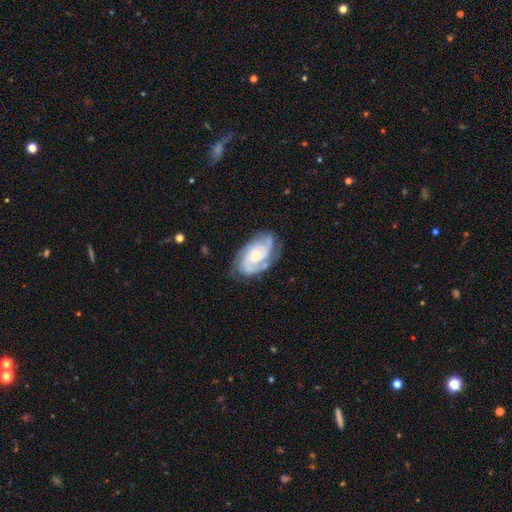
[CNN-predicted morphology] smooth_or_featured: featured or disk (p=0.85) [alt: smooth p=0.10]
disk_edge_on: no (p=0.97) [alt: yes p=0.03]
bar: no (p=0.65) [alt: weak p=0.29]
has_spiral_arms: yes (p=0.97) [alt: no p=0.03]
spiral_winding: tight (p=0.55) [alt: medium p=0.37]
spiral_arm_count: 2 (p=0.35) [alt: 3 p=0.33]
bulge_size: small (p=0.53) [alt: moderate p=0.37]
merging: none (p=0.71) [alt: minor disturbance p=0.20]